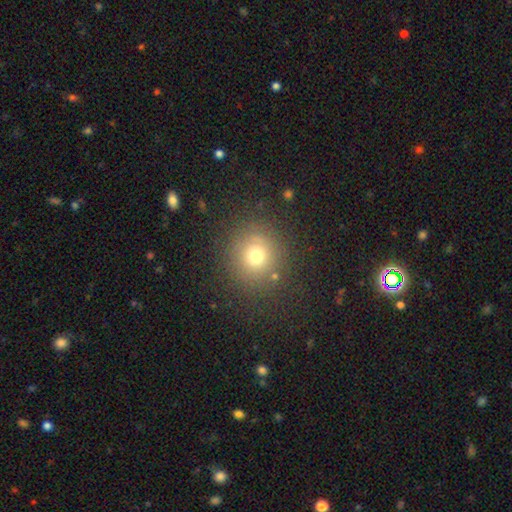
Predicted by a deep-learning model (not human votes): smooth 70%, star or artifact 18%, featured or disk 11%. Down the decision tree: how rounded — round (90%); merging — none (83%).